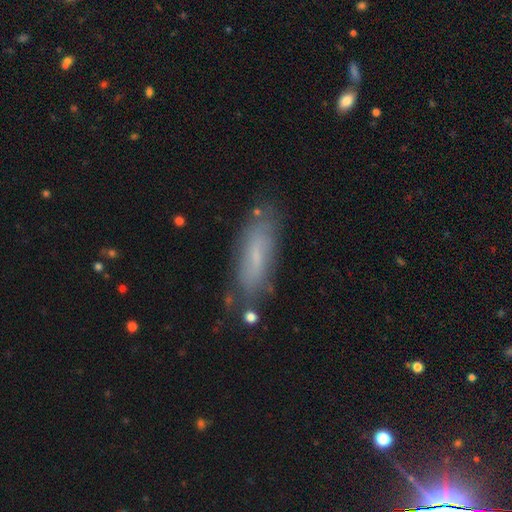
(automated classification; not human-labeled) Q: Smooth or featured?
A: smooth (57%); runner-up: featured or disk (34%)
Q: How rounded?
A: cigar-shaped (51%); runner-up: in between (47%)
Q: Merging?
A: none (75%); runner-up: minor disturbance (17%)